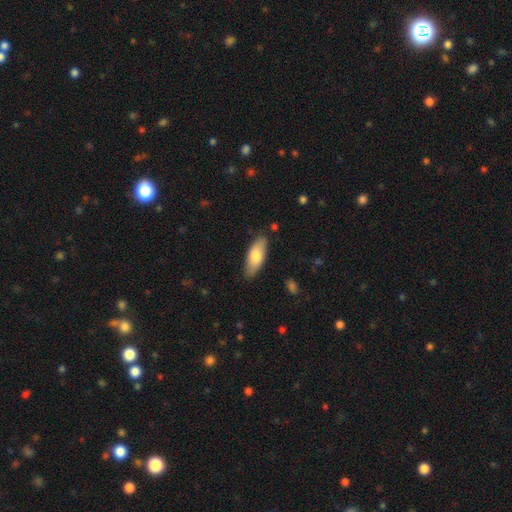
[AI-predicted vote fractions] This is likely a smooth galaxy (78%). How rounded: likely in between (77%). Merging: clearly none (83%).